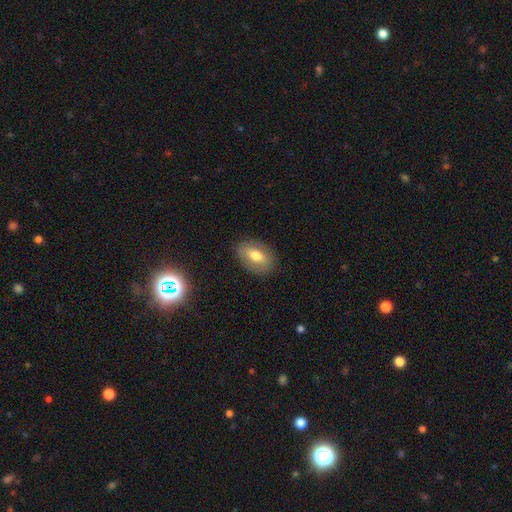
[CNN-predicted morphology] smooth-or-featured: smooth: 64% | featured or disk: 28% | star or artifact: 8%
  how-rounded: in between: 86% | round: 12% | cigar-shaped: 2%
  merging: none: 84% | minor disturbance: 12% | major disturbance: 3% | merger: 1%